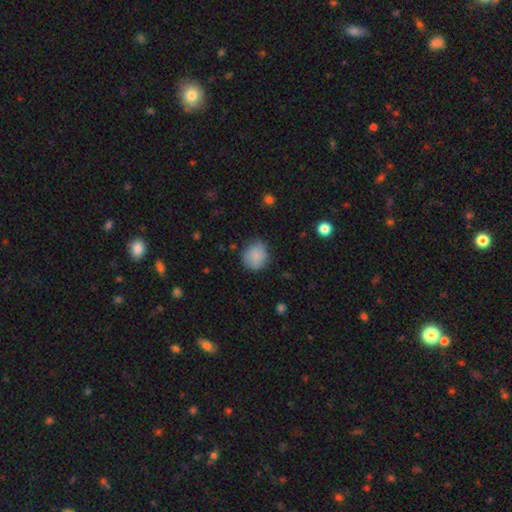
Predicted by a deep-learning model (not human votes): This appears to be a smooth galaxy with no disk features (86%) that is round (76%). Merging: none (78%).